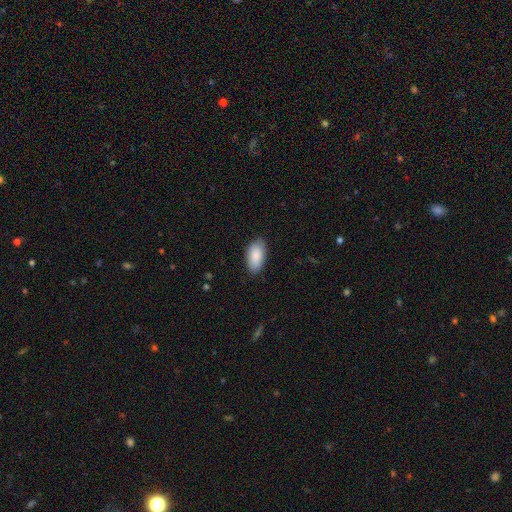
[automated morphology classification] Smooth or featured?
  - smooth: 88% *
  - featured or disk: 6%
  - star or artifact: 6%
How rounded?
  - in between: 95% *
  - cigar-shaped: 3%
  - round: 2%
Merging?
  - none: 84% *
  - minor disturbance: 13%
  - major disturbance: 2%
  - merger: 1%